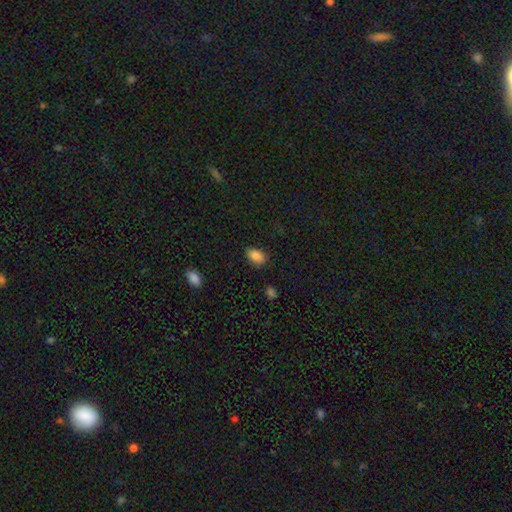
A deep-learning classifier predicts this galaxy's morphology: The model was most divided on "merging": none: 79%, minor disturbance: 16%, major disturbance: 3%, merger: 1%. More confident: how rounded — in between (89%); smooth or featured — smooth (86%).